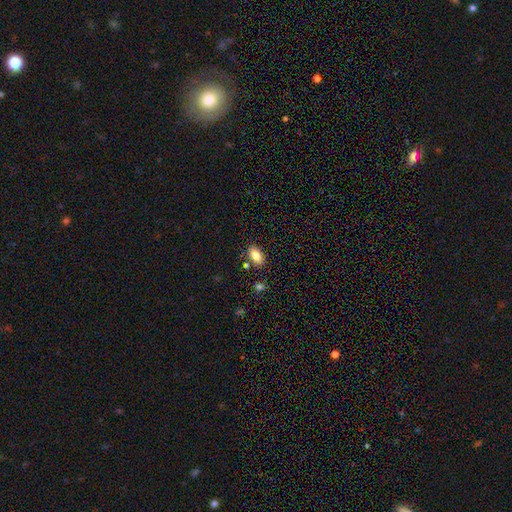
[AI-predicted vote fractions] smooth 82%, featured or disk 10%, star or artifact 8%. Down the decision tree: how rounded — in between (91%); merging — none (82%).